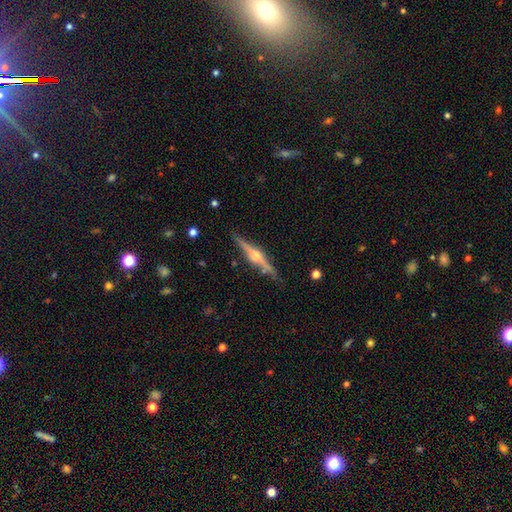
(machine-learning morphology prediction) Smooth or featured? featured or disk (83%)
Edge-on disk? yes (98%)
Edge-on bulge? rounded (92%)
Merging? none (87%)